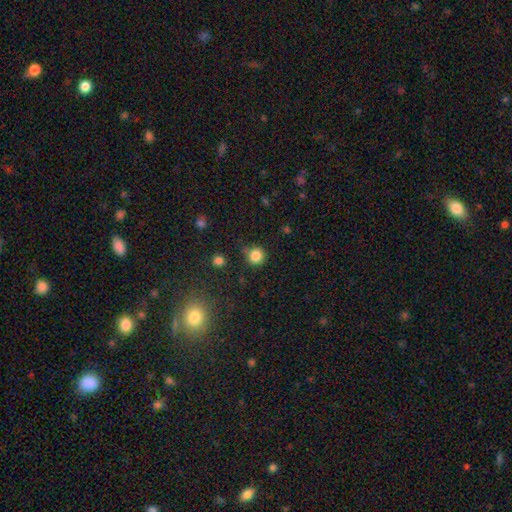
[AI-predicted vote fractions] The model was most divided on "merging": none: 79%, minor disturbance: 14%, major disturbance: 4%, merger: 4%. More confident: how rounded — round (92%); smooth or featured — smooth (84%).